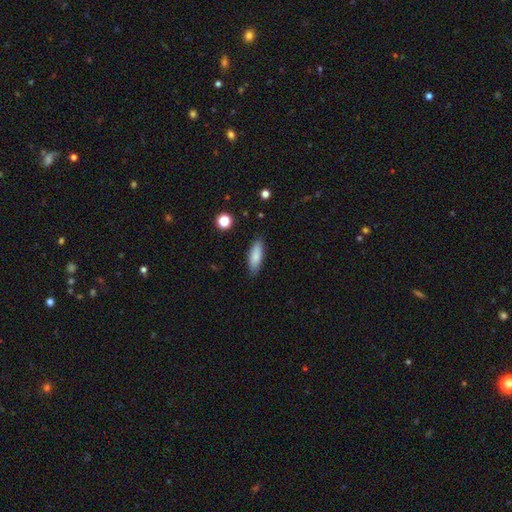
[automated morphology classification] smooth 85%, featured or disk 9%, star or artifact 7%. Down the decision tree: how rounded — in between (58%); merging — none (86%).